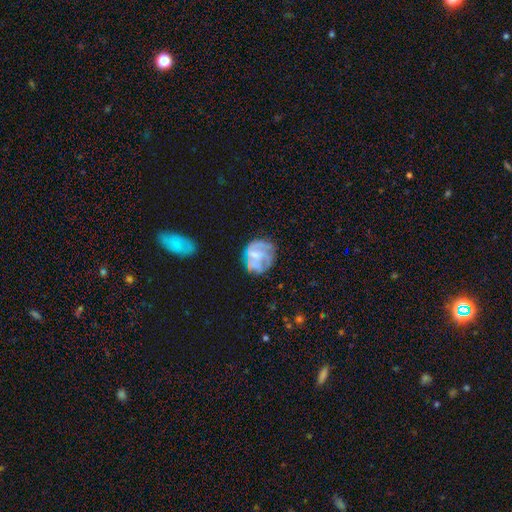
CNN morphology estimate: smooth-or-featured: featured or disk: 57% | smooth: 33% | star or artifact: 10%
  disk-edge-on: no: 98% | yes: 2%
    bar: no: 60% | weak: 31% | strong: 8%
    has-spiral-arms: yes: 52% | no: 48%
    bulge-size: none: 44% | small: 29% | moderate: 21% | large: 4% | dominant: 1%
  merging: none: 58% | minor disturbance: 22% | major disturbance: 17% | merger: 3%